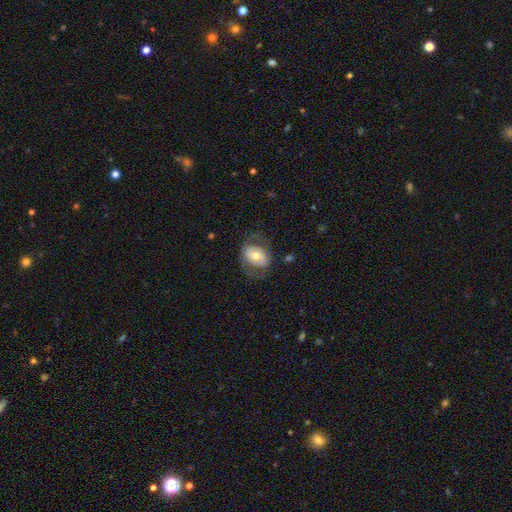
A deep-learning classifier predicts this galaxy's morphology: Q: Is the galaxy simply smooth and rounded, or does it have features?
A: featured or disk — 50%.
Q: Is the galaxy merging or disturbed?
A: none — 62%.